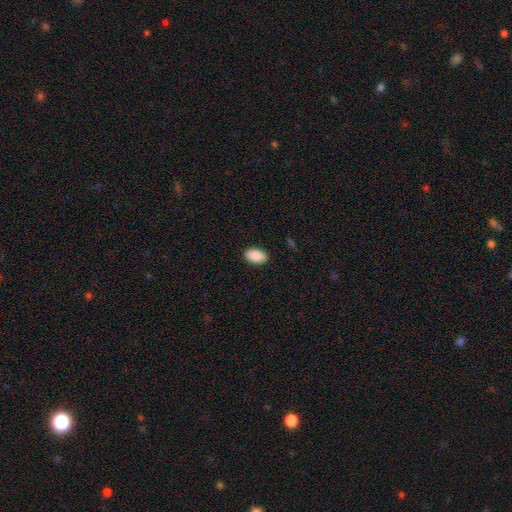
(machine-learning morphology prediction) This is clearly a smooth galaxy (90%). How rounded: clearly in between (91%). Merging: clearly none (90%).